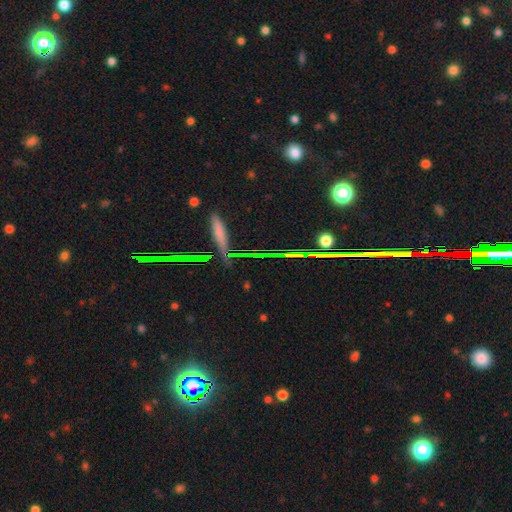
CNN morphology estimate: A star or artifact, not a galaxy (60%).

Vote fractions:
- Smooth or featured? star or artifact: 60% / featured or disk: 24% / smooth: 16%